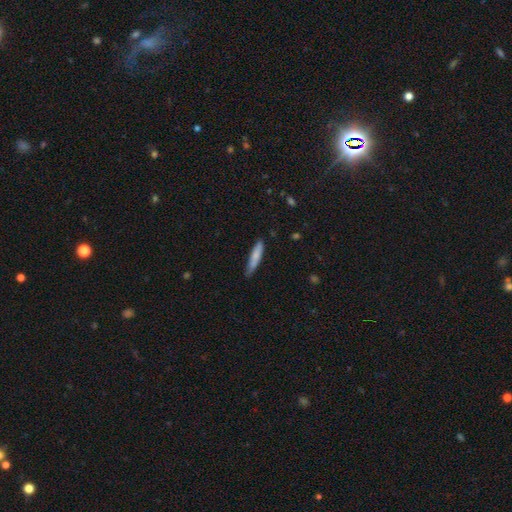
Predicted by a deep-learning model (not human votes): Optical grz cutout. It shows a smooth galaxy with no disk features (78%) that is cigar-shaped (87%). Merging: none (76%).